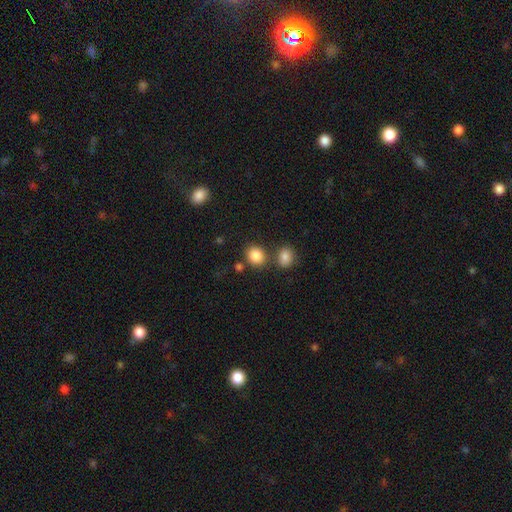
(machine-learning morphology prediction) This is clearly a smooth galaxy (86%). How rounded: likely round (67%). Merging: likely none (70%).